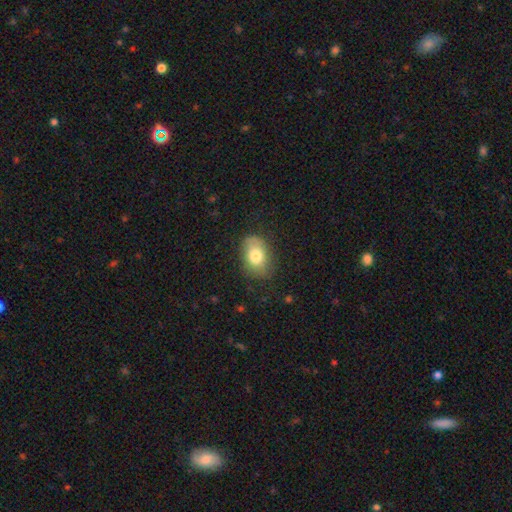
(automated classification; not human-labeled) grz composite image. It shows a smooth galaxy with no disk features (77%) that is in between round and cigar-shaped (82%). Merging: none (75%).